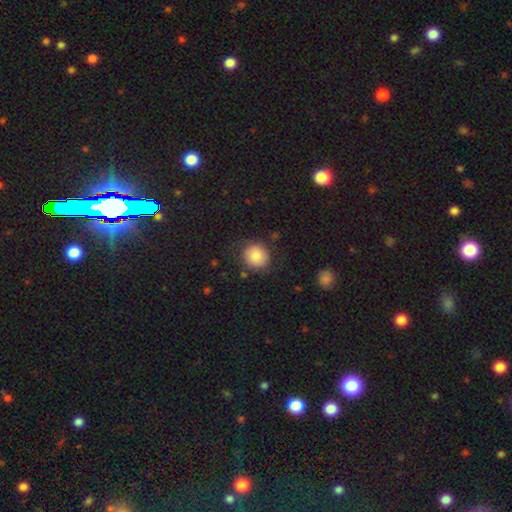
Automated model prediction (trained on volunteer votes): Smooth or featured: smooth — 83% (featured or disk — 9%)
How rounded: round — 84% (in between — 15%)
Merging: none — 80% (minor disturbance — 13%)